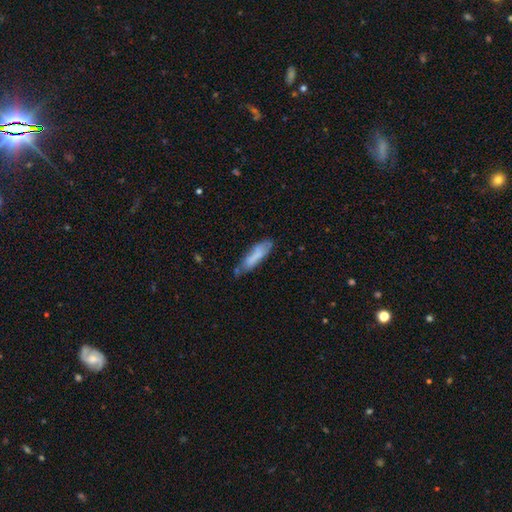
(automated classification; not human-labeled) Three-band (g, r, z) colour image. It shows a smooth galaxy with no disk features (71%) that is cigar-shaped (65%). Merging: none (50%).